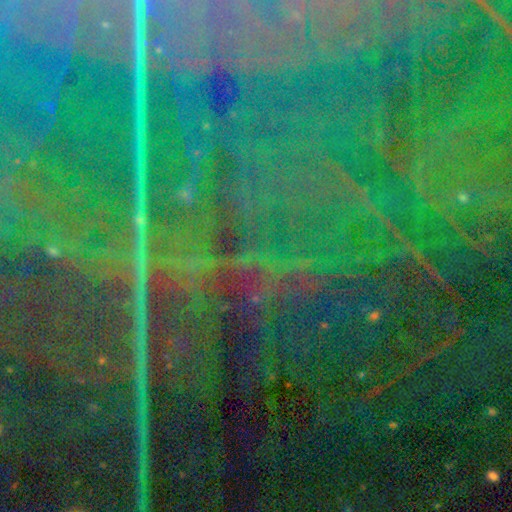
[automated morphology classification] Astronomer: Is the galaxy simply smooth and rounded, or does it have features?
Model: star or artifact — 86%.